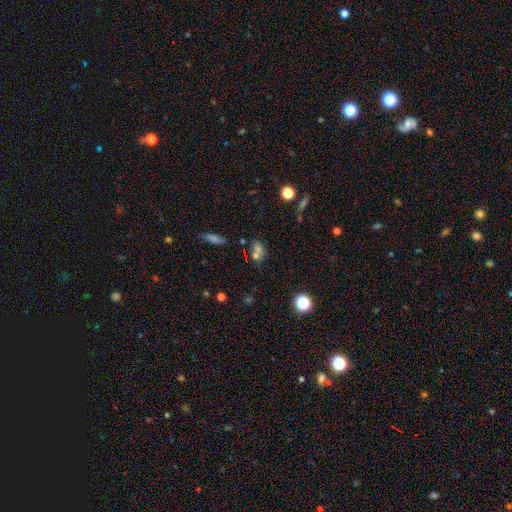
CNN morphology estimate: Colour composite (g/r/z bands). It shows a smooth galaxy with no disk features (57%) that is in between round and cigar-shaped (49%). Merging: none (54%).